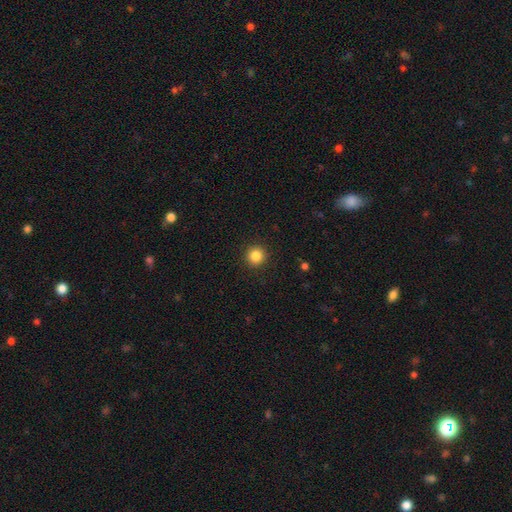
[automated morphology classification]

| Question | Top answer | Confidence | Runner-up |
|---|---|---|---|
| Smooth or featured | smooth | 85% | star or artifact (11%) |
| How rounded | round | 95% | in between (4%) |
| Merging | none | 92% | minor disturbance (5%) |